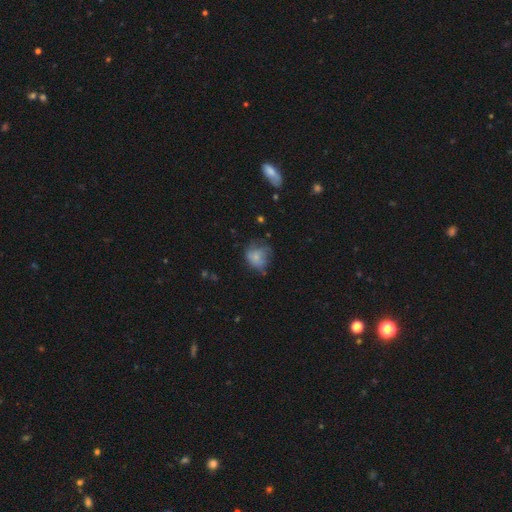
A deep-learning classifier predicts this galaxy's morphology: Smooth or featured? Predicted: smooth (p=0.67). How rounded? Predicted: round (p=0.61). Merging? Predicted: none (p=0.42).